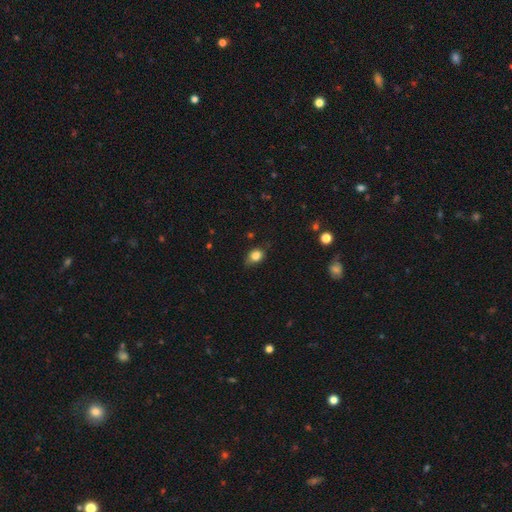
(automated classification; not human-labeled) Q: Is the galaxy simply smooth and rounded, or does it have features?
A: smooth — 83%.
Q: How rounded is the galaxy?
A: in between — 59%.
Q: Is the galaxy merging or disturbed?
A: none — 64%.